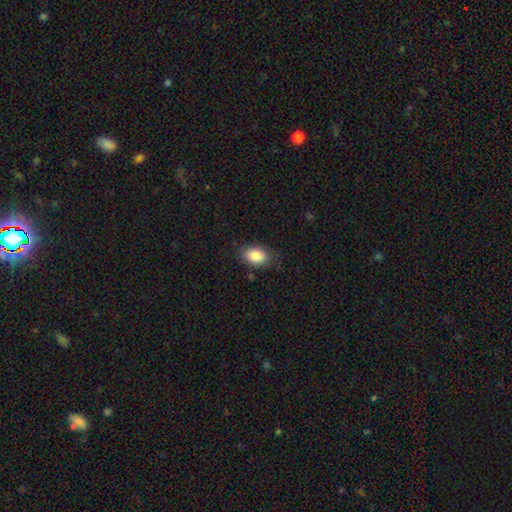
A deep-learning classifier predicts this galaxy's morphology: type=smooth (86%); roundness=in between (87%); merging=none (79%).